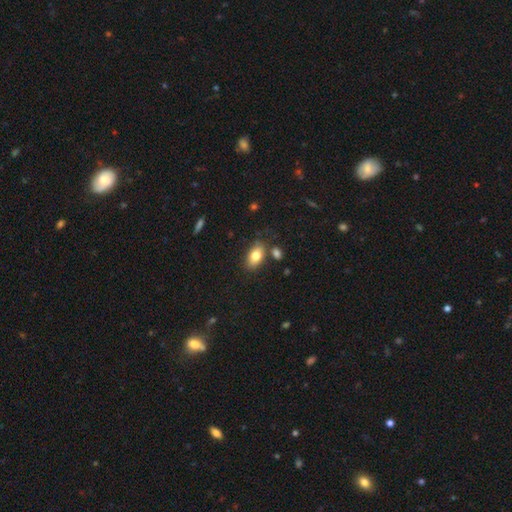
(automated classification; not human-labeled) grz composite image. It shows a smooth galaxy with no disk features (79%) that is in between round and cigar-shaped (90%). Merging: none (75%).